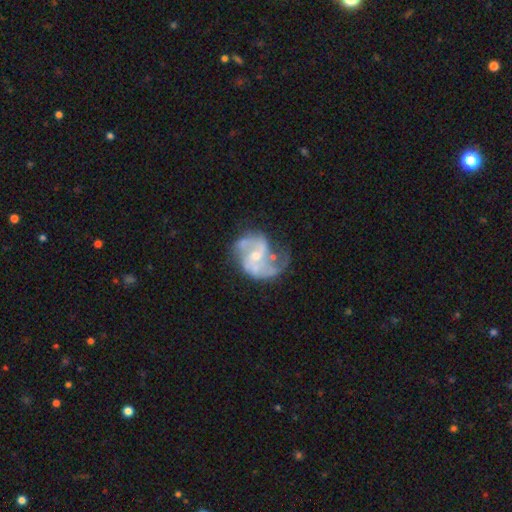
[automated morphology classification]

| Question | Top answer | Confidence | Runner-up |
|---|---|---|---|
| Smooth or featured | featured or disk | 84% | smooth (10%) |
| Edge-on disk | no | 98% | yes (2%) |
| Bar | no | 46% | weak (42%) |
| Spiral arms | yes | 90% | no (10%) |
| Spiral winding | loose | 46% | medium (43%) |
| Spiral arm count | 2 | 74% | can't tell (10%) |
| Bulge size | small | 51% | moderate (43%) |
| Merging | none | 47% | major disturbance (25%) |